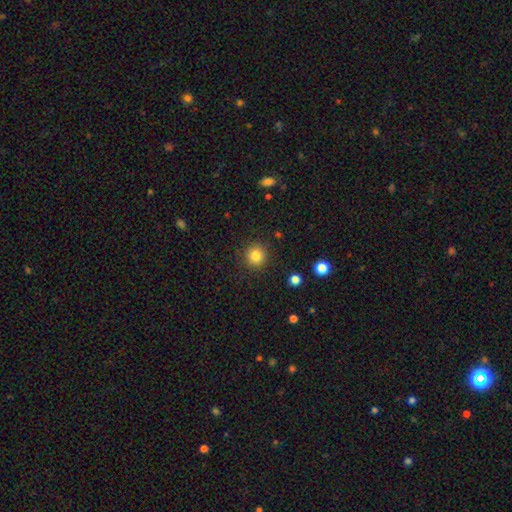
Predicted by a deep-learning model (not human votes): Smooth or featured? Predicted: smooth (p=0.84). How rounded? Predicted: round (p=0.93). Merging? Predicted: none (p=0.90).